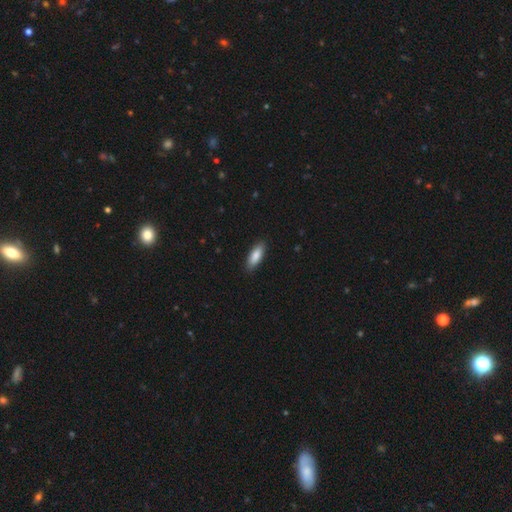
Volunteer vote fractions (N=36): smooth_or_featured: smooth (p=0.86) [alt: featured or disk p=0.11]
how_rounded: in between (p=0.65) [alt: cigar-shaped p=0.35]
merging: none (p=0.89) [alt: minor disturbance p=0.09]